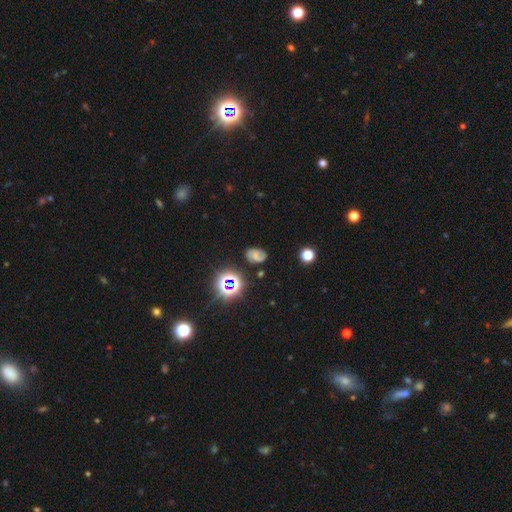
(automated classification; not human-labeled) smooth 41%, featured or disk 37%, star or artifact 22%. Down the decision tree: merging — none (67%).